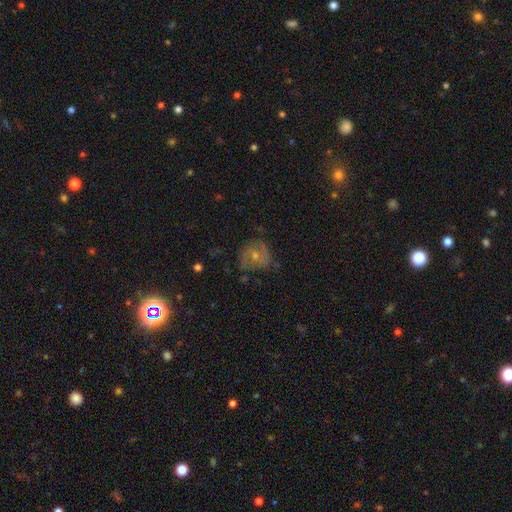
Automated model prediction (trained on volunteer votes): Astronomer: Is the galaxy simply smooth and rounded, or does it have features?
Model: featured or disk — 56% (runner-up: smooth, 35%).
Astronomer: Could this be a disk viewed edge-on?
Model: no — 97%.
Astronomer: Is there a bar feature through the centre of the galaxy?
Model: no — 57% (runner-up: weak, 35%).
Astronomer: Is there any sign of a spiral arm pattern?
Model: yes — 74%.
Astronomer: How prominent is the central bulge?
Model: moderate — 57% (runner-up: small, 36%).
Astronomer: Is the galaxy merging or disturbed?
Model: none — 67%.